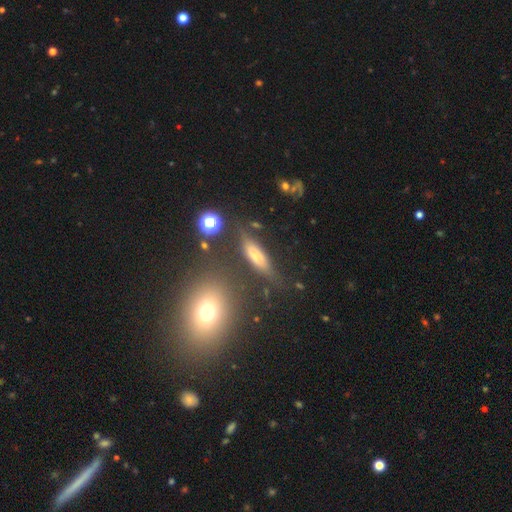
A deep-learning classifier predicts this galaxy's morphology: Q: Smooth or featured?
A: smooth (55%); runner-up: featured or disk (32%)
Q: How rounded?
A: cigar-shaped (54%); runner-up: in between (41%)
Q: Merging?
A: none (65%); runner-up: minor disturbance (20%)